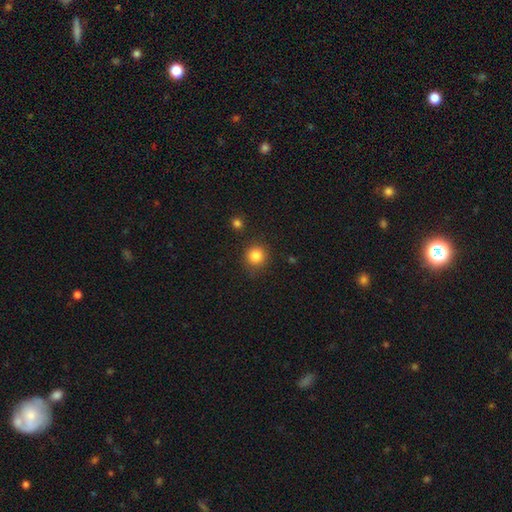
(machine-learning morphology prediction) smooth-or-featured: smooth: 84% | star or artifact: 11% | featured or disk: 5%
  how-rounded: round: 92% | in between: 8% | cigar-shaped: 1%
  merging: none: 85% | minor disturbance: 9% | major disturbance: 3% | merger: 3%